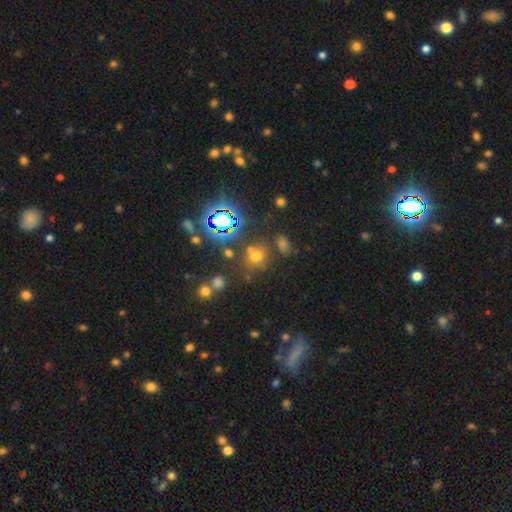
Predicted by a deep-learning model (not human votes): smooth 55%, star or artifact 35%, featured or disk 10%. Down the decision tree: how rounded — round (74%); merging — none (66%).